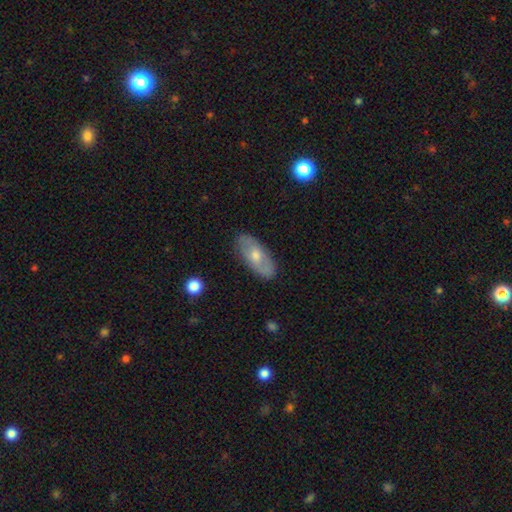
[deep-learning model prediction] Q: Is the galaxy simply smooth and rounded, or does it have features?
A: smooth — 50%.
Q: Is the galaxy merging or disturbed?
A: none — 85%.